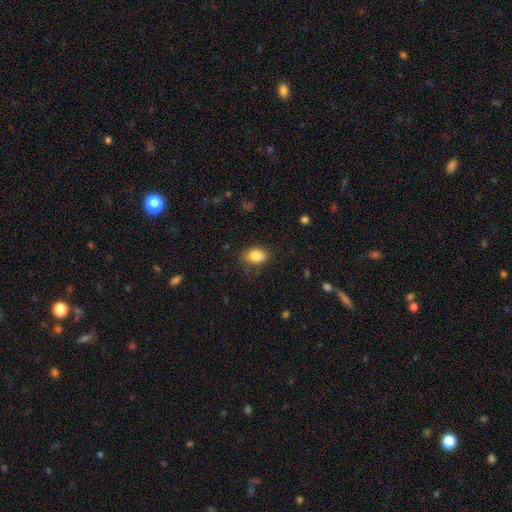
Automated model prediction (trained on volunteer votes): Smooth or featured? Predicted: smooth (p=0.85). How rounded? Predicted: in between (p=0.78). Merging? Predicted: none (p=0.74).